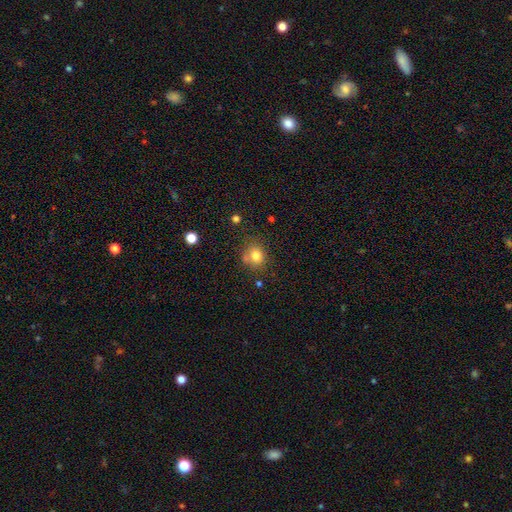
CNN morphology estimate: This appears to be a smooth galaxy with no disk features (77%) that is round (68%). Merging: none (68%).